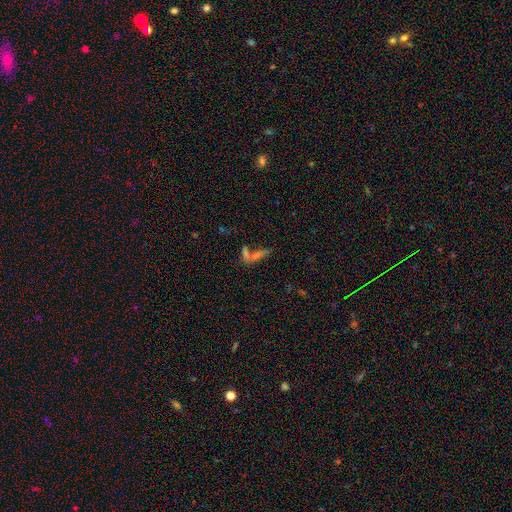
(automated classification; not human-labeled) A smooth galaxy with no disk features (45%). Merging: merger (42%).